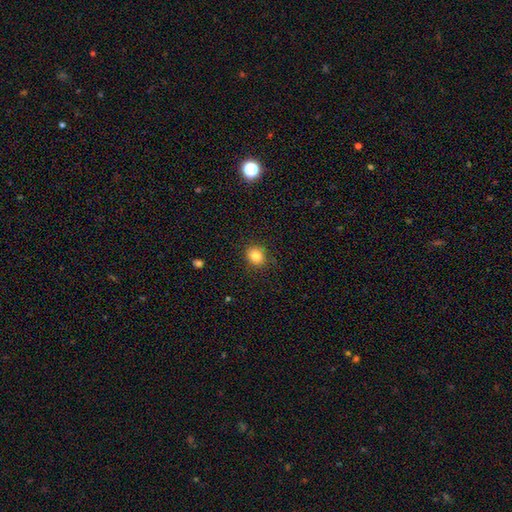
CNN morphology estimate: smooth 83%, star or artifact 11%, featured or disk 6%. Down the decision tree: how rounded — round (74%); merging — none (88%).